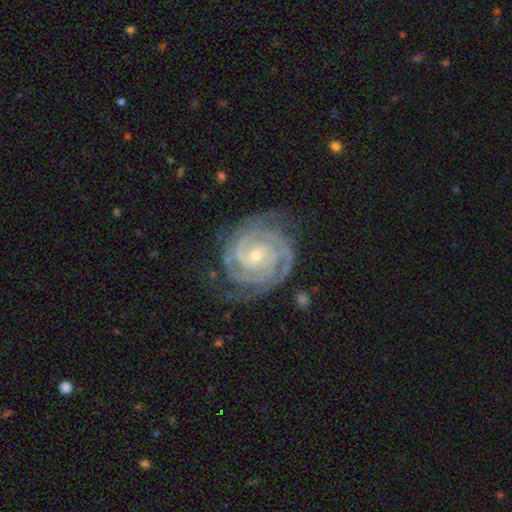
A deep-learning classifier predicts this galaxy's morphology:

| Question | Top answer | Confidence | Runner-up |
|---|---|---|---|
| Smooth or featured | featured or disk | 93% | star or artifact (5%) |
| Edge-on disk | no | 98% | yes (2%) |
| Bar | no | 64% | weak (25%) |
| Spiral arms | yes | 99% | no (1%) |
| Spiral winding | tight | 84% | medium (15%) |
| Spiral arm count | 2 | 36% | 3 (29%) |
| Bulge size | small | 73% | moderate (24%) |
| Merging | none | 76% | minor disturbance (17%) |